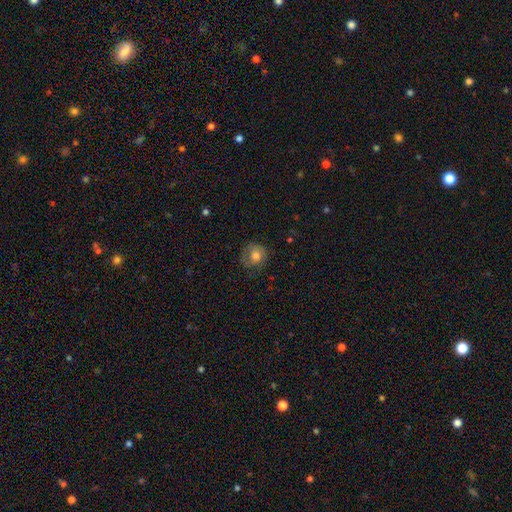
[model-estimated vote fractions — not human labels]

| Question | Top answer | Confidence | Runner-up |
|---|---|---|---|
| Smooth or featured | smooth | 71% | featured or disk (20%) |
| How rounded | round | 82% | in between (17%) |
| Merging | none | 62% | minor disturbance (24%) |